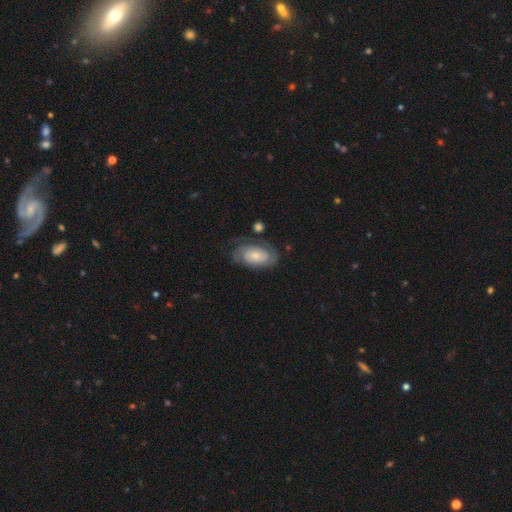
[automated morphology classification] Q: Smooth or featured?
A: featured or disk (62%); runner-up: smooth (32%)
Q: Edge-on disk?
A: no (95%); runner-up: yes (5%)
Q: Bar?
A: no (74%); runner-up: weak (21%)
Q: Spiral arms?
A: yes (86%); runner-up: no (14%)
Q: Spiral winding?
A: tight (61%); runner-up: medium (29%)
Q: Spiral arm count?
A: 2 (51%); runner-up: can't tell (31%)
Q: Bulge size?
A: small (54%); runner-up: moderate (33%)
Q: Merging?
A: none (63%); runner-up: minor disturbance (21%)